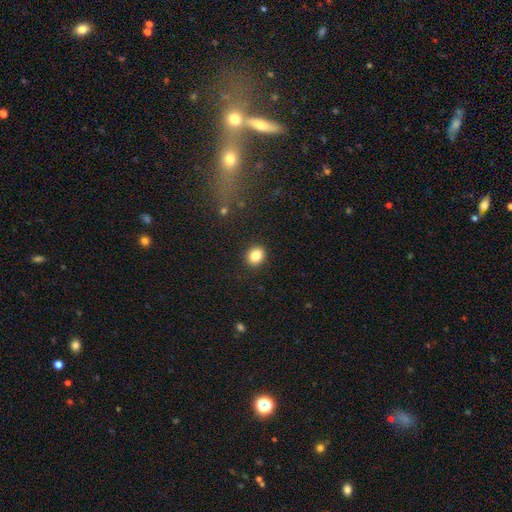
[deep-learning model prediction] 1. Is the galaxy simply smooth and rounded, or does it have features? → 85% smooth, 10% star or artifact, 5% featured or disk.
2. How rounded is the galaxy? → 63% round, 36% in between, 1% cigar-shaped.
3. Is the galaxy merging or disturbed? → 90% none, 7% minor disturbance, 2% major disturbance, 1% merger.